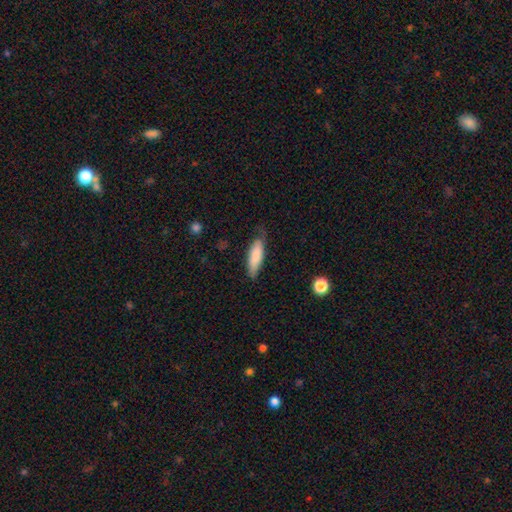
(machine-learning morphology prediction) This appears to be a smooth galaxy with no disk features (82%) that is cigar-shaped (51%). Merging: none (66%).